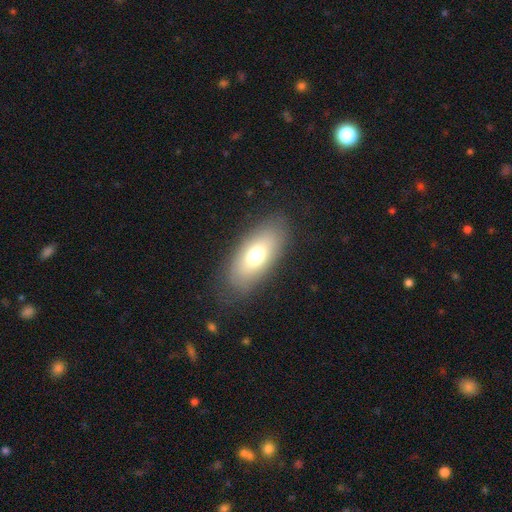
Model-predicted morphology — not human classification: smooth 69%, featured or disk 23%, star or artifact 8%. Down the decision tree: how rounded — in between (88%); merging — none (82%).